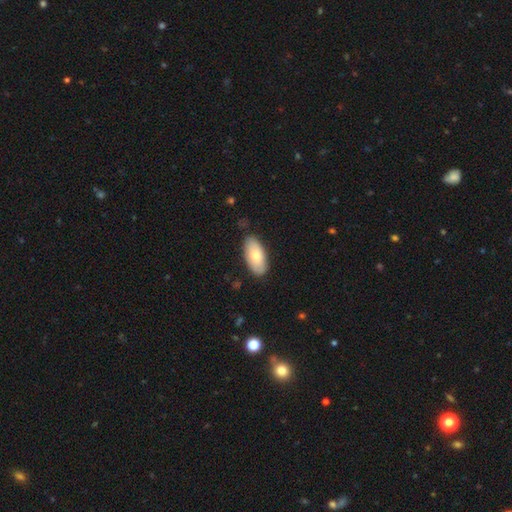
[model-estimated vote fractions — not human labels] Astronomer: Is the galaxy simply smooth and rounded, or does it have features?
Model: smooth — 75%.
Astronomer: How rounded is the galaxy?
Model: in between — 92%.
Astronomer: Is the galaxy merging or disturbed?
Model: none — 84%.